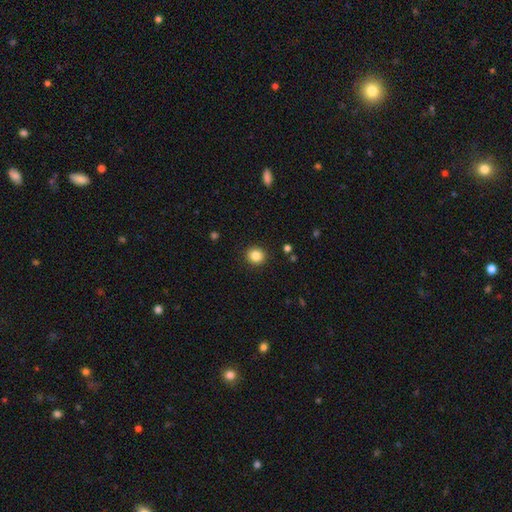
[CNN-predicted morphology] Smooth or featured: smooth — 85% (star or artifact — 10%)
How rounded: round — 89% (in between — 10%)
Merging: none — 92% (minor disturbance — 5%)